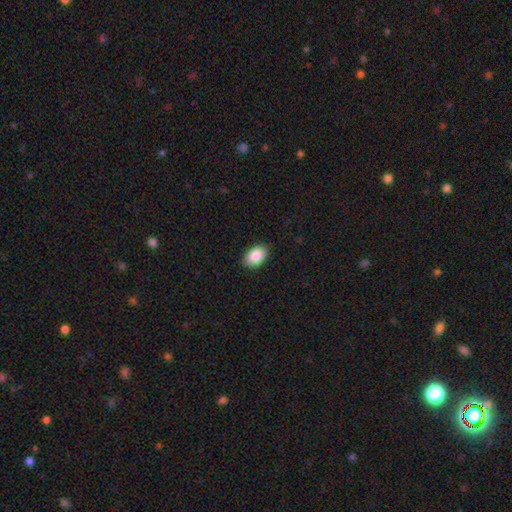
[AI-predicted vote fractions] This is clearly a smooth galaxy (88%). How rounded: clearly in between (87%). Merging: clearly none (88%).